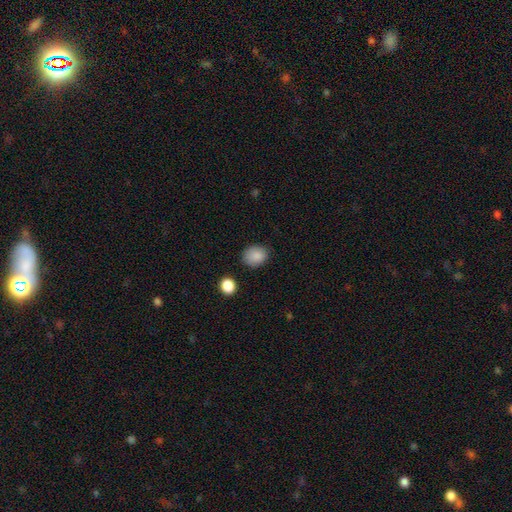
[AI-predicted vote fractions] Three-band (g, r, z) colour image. It shows a smooth galaxy with no disk features (87%) that is round (57%). Merging: none (80%).